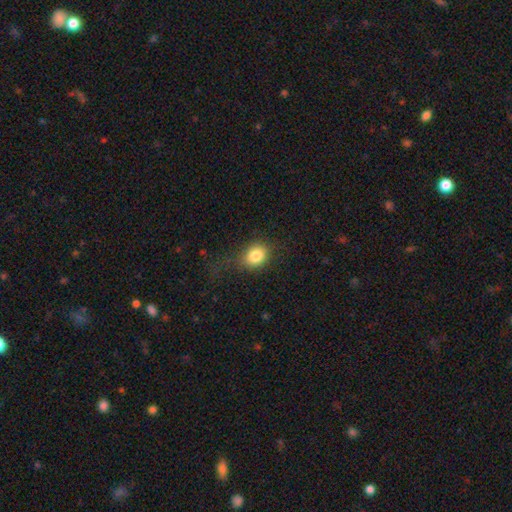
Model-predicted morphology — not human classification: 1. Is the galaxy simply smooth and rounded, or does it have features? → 82% smooth, 10% star or artifact, 8% featured or disk.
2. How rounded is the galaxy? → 57% round, 41% in between, 1% cigar-shaped.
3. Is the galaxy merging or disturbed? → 63% none, 22% minor disturbance, 14% major disturbance, 2% merger.